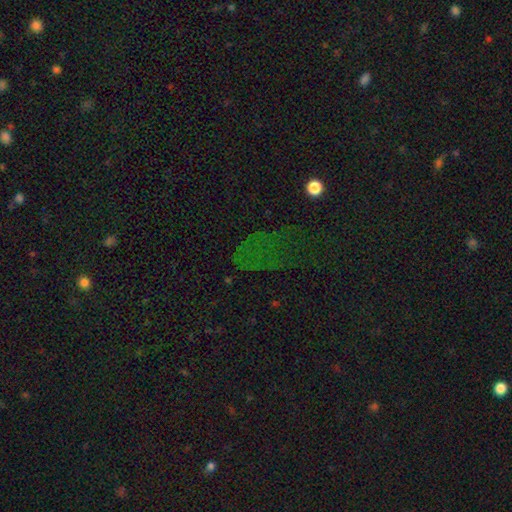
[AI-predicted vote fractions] Q: Smooth or featured?
A: star or artifact (66%); runner-up: smooth (23%)